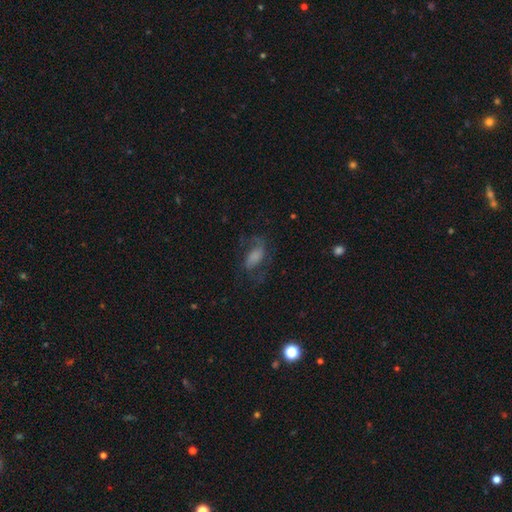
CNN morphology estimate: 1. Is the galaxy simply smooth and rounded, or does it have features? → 58% featured or disk, 26% smooth, 15% star or artifact.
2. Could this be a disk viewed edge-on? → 95% no, 5% yes.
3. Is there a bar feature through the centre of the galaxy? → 41% no, 40% weak, 19% strong.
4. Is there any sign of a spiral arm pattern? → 87% yes, 13% no.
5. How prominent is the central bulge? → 30% none, 23% moderate, 22% large, 20% small, 5% dominant.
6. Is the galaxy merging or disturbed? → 61% none, 19% major disturbance, 17% minor disturbance, 2% merger.